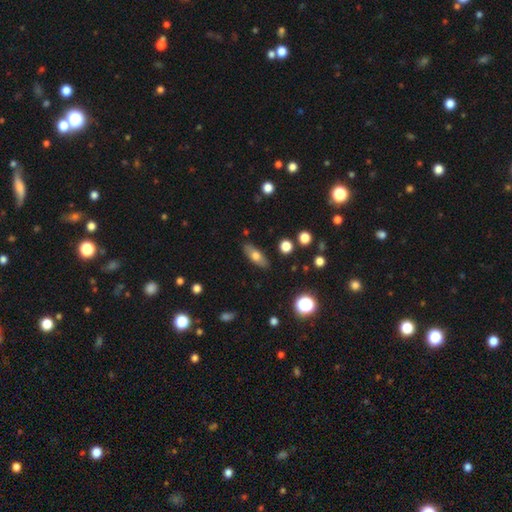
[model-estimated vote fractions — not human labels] smooth 66%, featured or disk 26%, star or artifact 8%. Down the decision tree: how rounded — in between (70%); merging — none (85%).